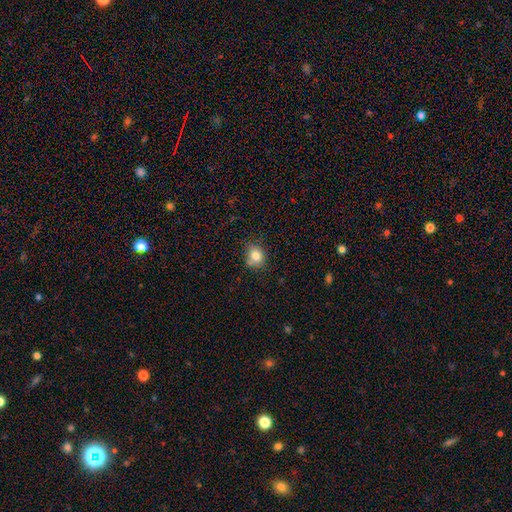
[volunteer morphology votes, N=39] Smooth or featured? smooth (87%)
How rounded? round (62%)
Merging? none (78%)